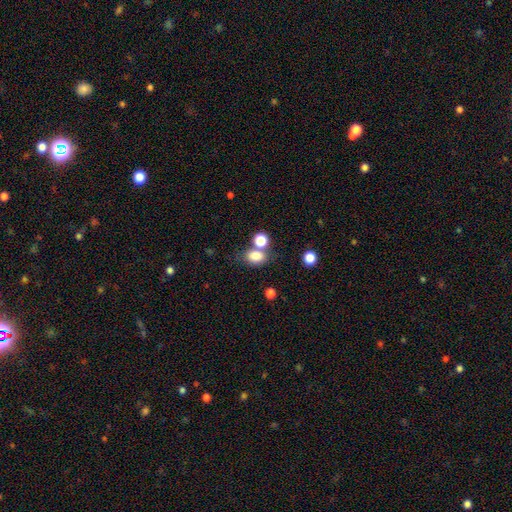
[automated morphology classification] smooth_or_featured: smooth (p=0.81) [alt: star or artifact p=0.12]
how_rounded: in between (p=0.64) [alt: round p=0.35]
merging: none (p=0.54) [alt: merger p=0.28]